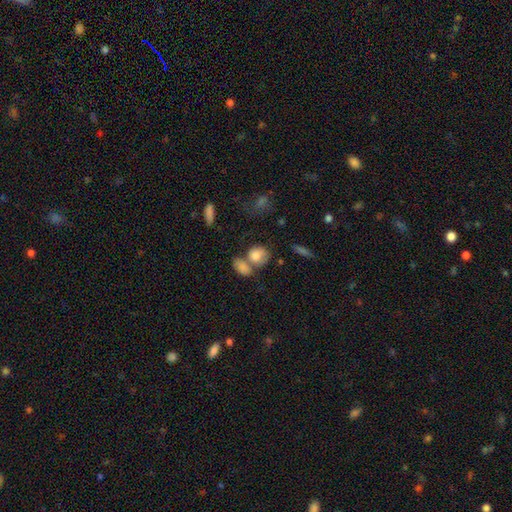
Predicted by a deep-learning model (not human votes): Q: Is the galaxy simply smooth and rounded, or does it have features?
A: smooth — 79%.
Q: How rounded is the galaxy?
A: in between — 50%.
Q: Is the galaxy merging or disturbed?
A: merger — 47%.